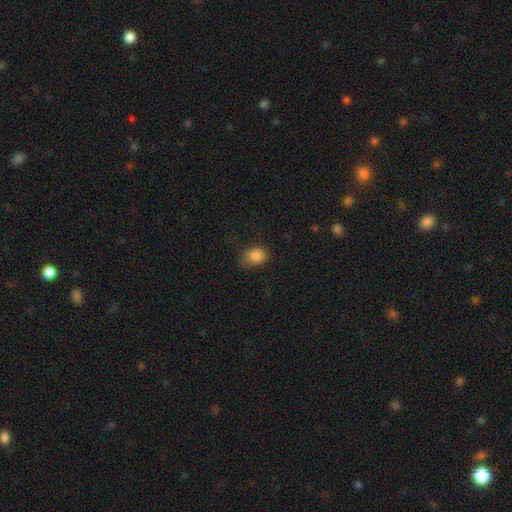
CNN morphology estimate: smooth 85%, star or artifact 11%, featured or disk 4%. Down the decision tree: how rounded — in between (53%); merging — none (66%).